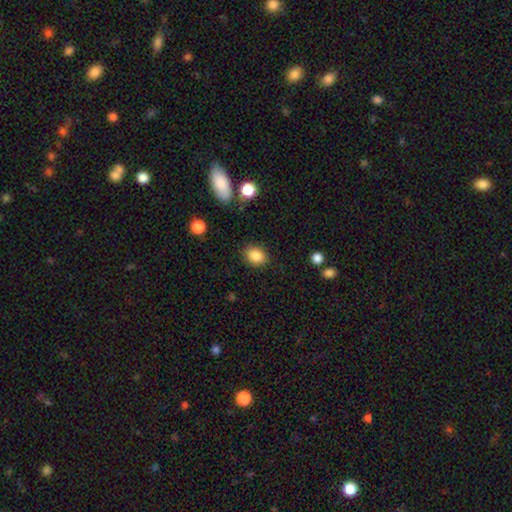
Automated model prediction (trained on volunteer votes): smooth_or_featured: smooth (p=0.86) [alt: star or artifact p=0.09]
how_rounded: in between (p=0.53) [alt: round p=0.46]
merging: none (p=0.86) [alt: minor disturbance p=0.10]